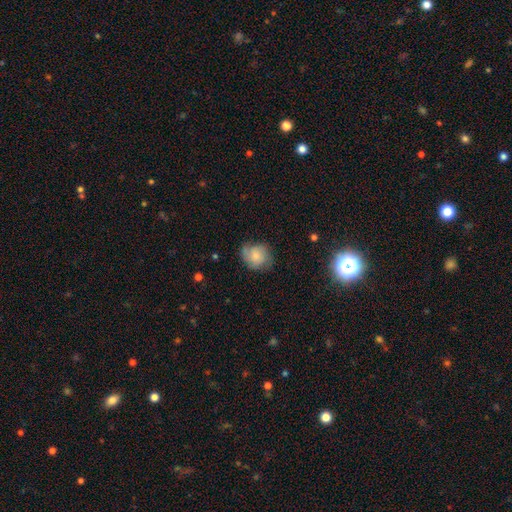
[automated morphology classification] type=smooth (61%); roundness=round (70%); merging=none (59%).